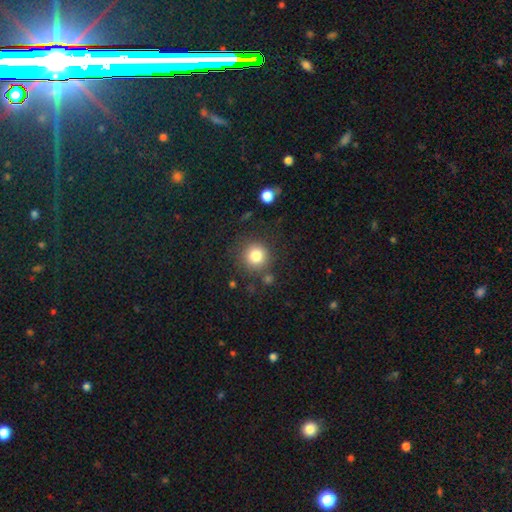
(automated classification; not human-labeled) Q: Smooth or featured?
A: smooth (81%); runner-up: star or artifact (11%)
Q: How rounded?
A: round (93%); runner-up: in between (6%)
Q: Merging?
A: none (82%); runner-up: minor disturbance (10%)